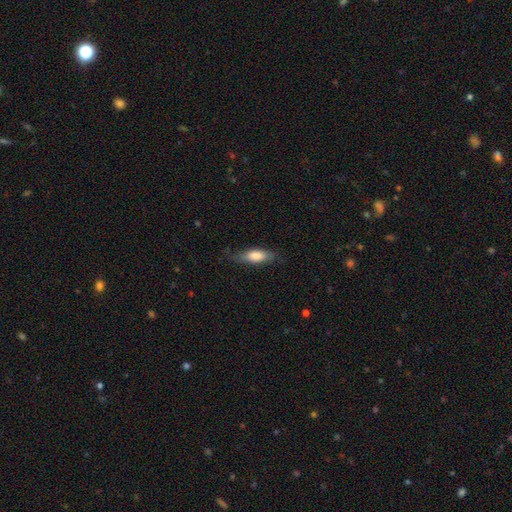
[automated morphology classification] Smooth or featured? Predicted: smooth (p=0.75). How rounded? Predicted: in between (p=0.62). Merging? Predicted: none (p=0.70).